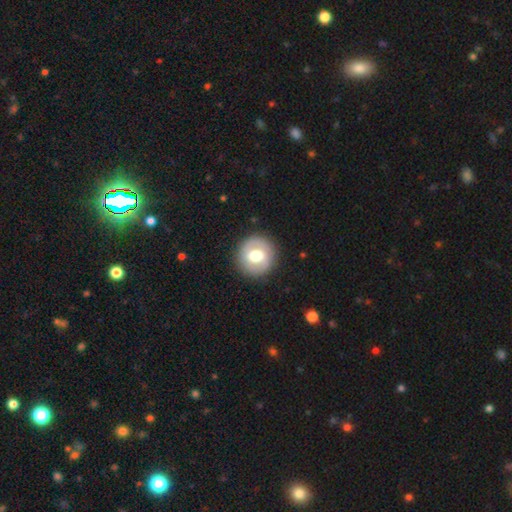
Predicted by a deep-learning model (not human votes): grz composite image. It shows a smooth galaxy with no disk features (53%) that is round (90%). Merging: none (87%).